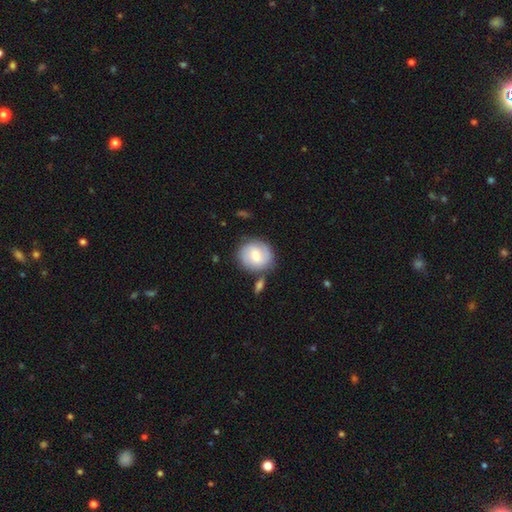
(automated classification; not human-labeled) This appears to be a smooth galaxy with no disk features (47%, tied with featured or disk). Merging: none (73%).